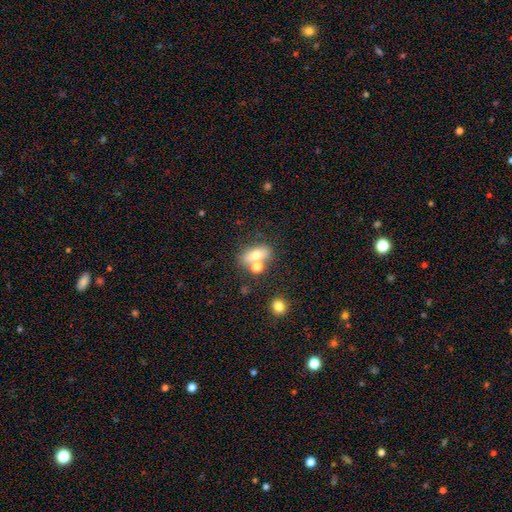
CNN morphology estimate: Smooth or featured: smooth — 66% (featured or disk — 23%)
How rounded: in between — 72% (round — 20%)
Merging: none — 53% (merger — 31%)